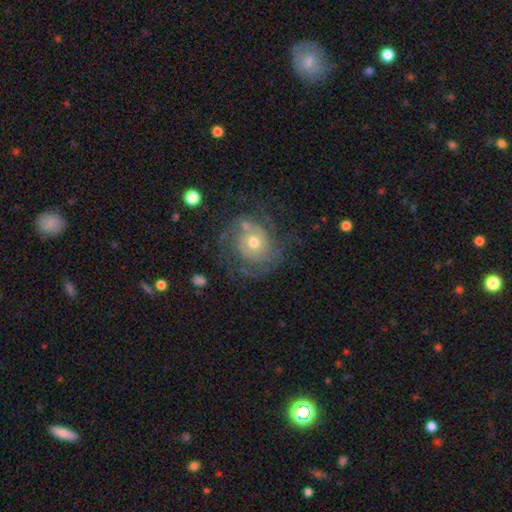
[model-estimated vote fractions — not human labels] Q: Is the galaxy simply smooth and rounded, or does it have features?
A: featured or disk — 74%.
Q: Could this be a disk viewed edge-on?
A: no — 97%.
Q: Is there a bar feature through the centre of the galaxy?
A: no — 78%.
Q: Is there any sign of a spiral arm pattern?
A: yes — 89%.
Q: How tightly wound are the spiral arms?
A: tight — 63%.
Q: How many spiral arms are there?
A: can't tell — 37%.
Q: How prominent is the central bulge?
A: moderate — 53%.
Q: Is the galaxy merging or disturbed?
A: none — 71%.